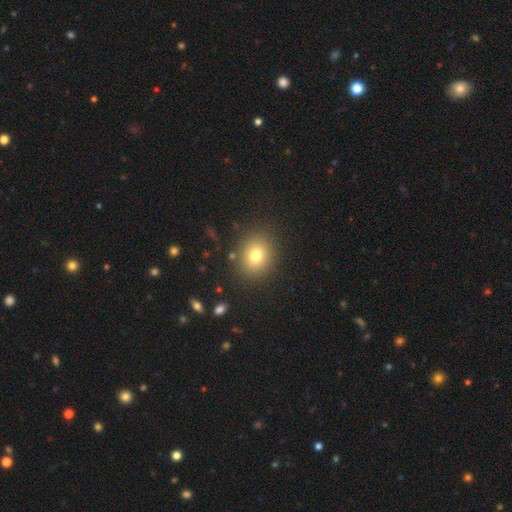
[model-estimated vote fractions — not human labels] This is likely a smooth galaxy (76%). How rounded: likely round (66%). Merging: clearly none (86%).